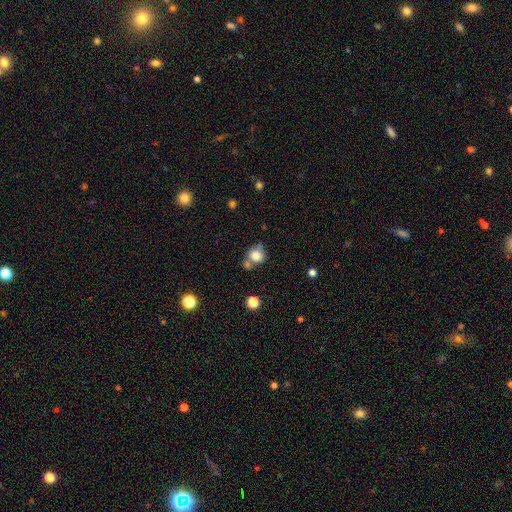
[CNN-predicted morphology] This appears to be a smooth galaxy with no disk features (78%) that is round (74%). Merging: none (48%).